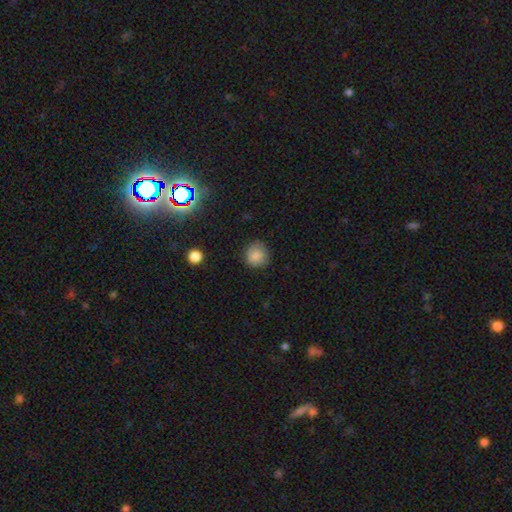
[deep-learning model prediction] Q: Smooth or featured?
A: smooth (84%); runner-up: star or artifact (10%)
Q: How rounded?
A: round (89%); runner-up: in between (10%)
Q: Merging?
A: none (81%); runner-up: minor disturbance (14%)